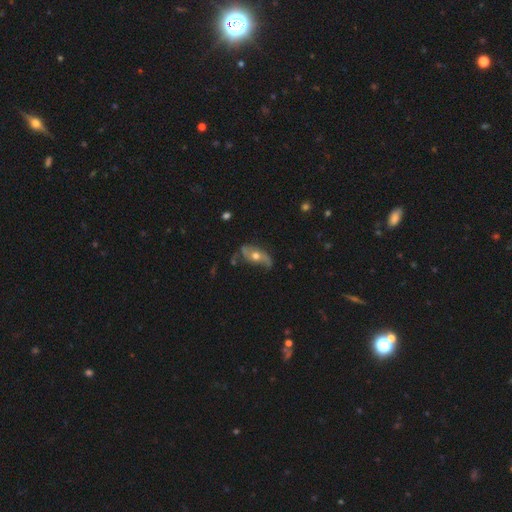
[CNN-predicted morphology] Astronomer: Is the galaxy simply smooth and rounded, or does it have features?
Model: featured or disk — 69%.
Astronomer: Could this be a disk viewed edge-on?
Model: no — 84%.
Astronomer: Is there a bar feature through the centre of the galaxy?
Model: no — 74%.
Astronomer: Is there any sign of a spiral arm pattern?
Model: yes — 79%.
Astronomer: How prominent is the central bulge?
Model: moderate — 74%.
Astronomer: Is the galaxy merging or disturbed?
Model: none — 59%.